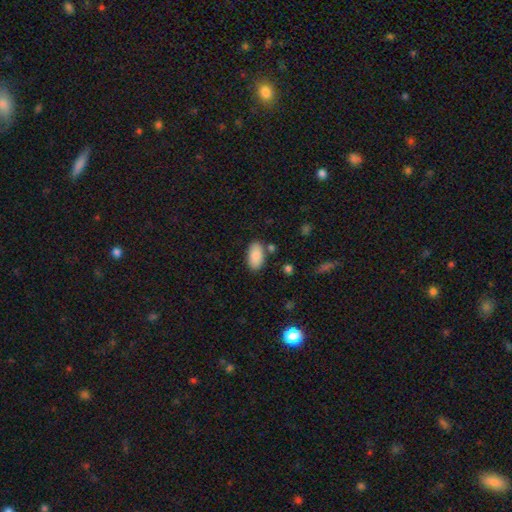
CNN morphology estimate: type=smooth (86%); roundness=in between (94%); merging=none (80%).